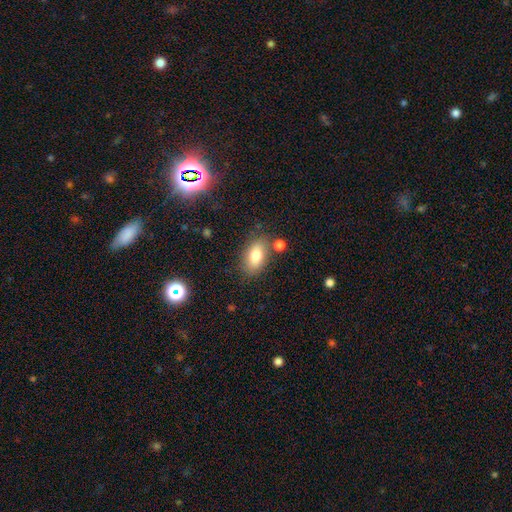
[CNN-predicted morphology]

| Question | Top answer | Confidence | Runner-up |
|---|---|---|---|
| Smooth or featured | smooth | 79% | featured or disk (12%) |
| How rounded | in between | 90% | round (7%) |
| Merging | none | 75% | minor disturbance (14%) |